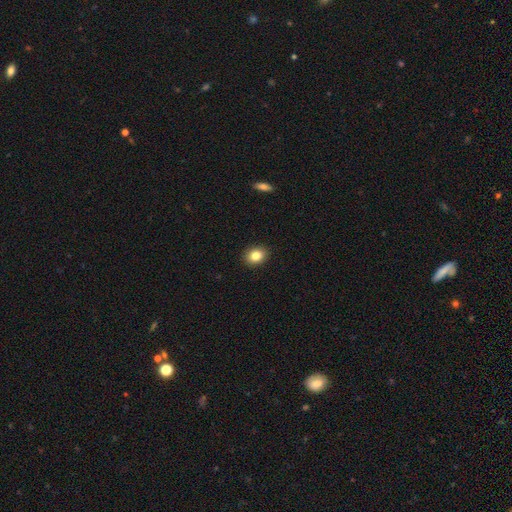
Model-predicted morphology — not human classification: Smooth or featured? smooth (84%)
How rounded? in between (54%)
Merging? none (91%)